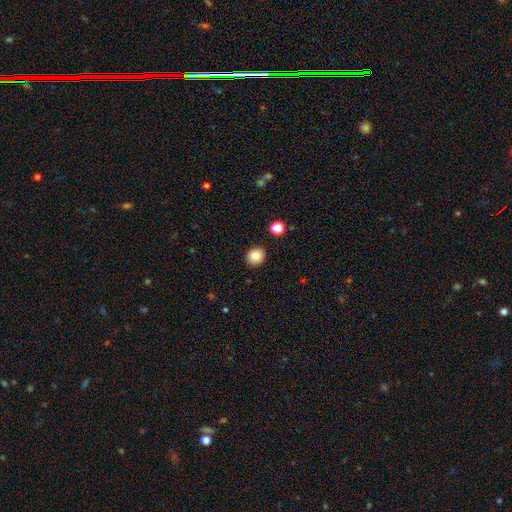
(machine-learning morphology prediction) smooth_or_featured: smooth (p=0.83) [alt: star or artifact p=0.10]
how_rounded: round (p=0.83) [alt: in between p=0.16]
merging: none (p=0.90) [alt: minor disturbance p=0.06]